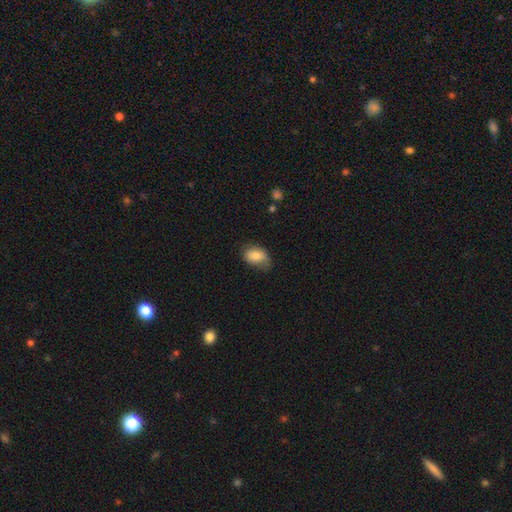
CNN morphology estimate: Overall: smooth (81%). How rounded: in between (85%). Merging: none (56%; minor disturbance 33%).